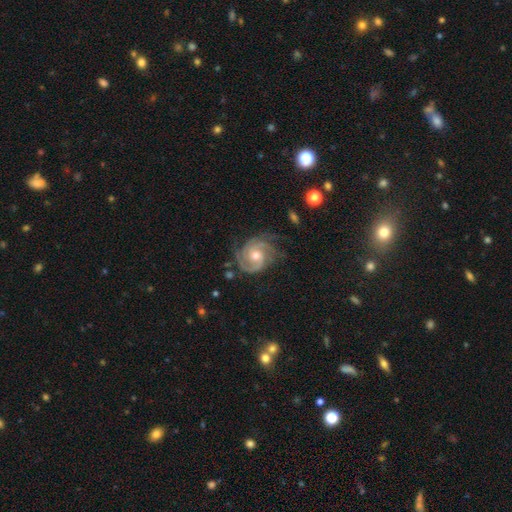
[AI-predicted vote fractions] smooth-or-featured: featured or disk: 87% | star or artifact: 7% | smooth: 6%
  disk-edge-on: no: 98% | yes: 2%
    bar: no: 66% | weak: 27% | strong: 7%
    has-spiral-arms: yes: 97% | no: 3%
      spiral-winding: tight: 58% | medium: 35% | loose: 7%
      spiral-arm-count: 2: 37% | 3: 33% | can't tell: 14% | 4: 6% | 1: 5% | more than 4: 5%
    bulge-size: moderate: 67% | small: 29% | large: 2% | none: 1% | dominant: 1%
  merging: none: 72% | minor disturbance: 19% | major disturbance: 7% | merger: 2%